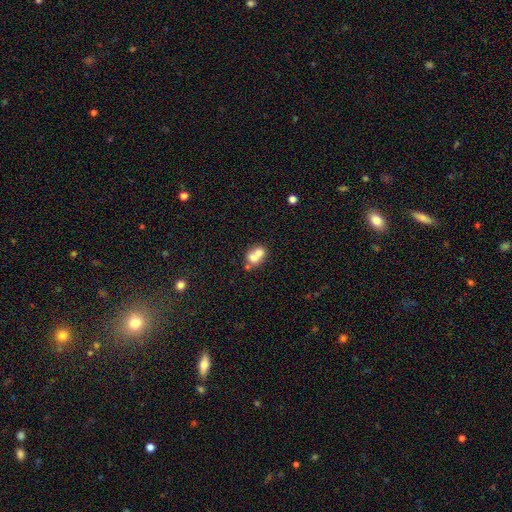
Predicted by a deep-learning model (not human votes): A smooth galaxy with no disk features (65%) that is round (67%).

Vote fractions:
- Smooth or featured? smooth: 65% / featured or disk: 25% / star or artifact: 10%
- How rounded? round: 67% / in between: 32% / cigar-shaped: 1%
- Merging? merger: 66% / none: 26% / minor disturbance: 5% / major disturbance: 3%